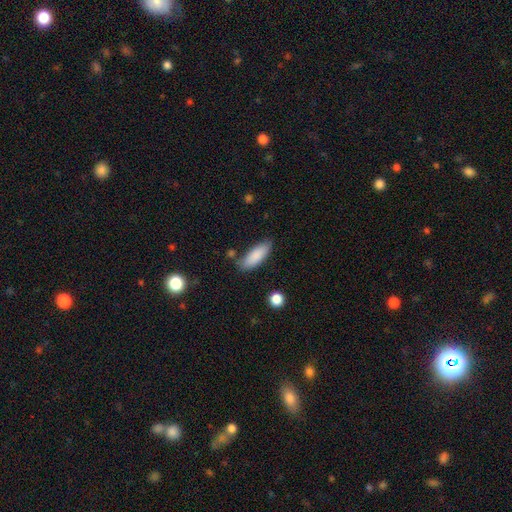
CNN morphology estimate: This appears to be a smooth galaxy with no disk features (86%) that is in between round and cigar-shaped (67%). Merging: none (76%).